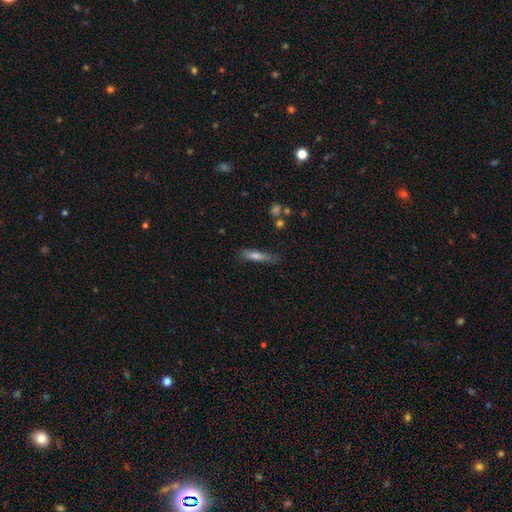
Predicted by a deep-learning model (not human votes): A smooth galaxy with no disk features (62%) that is cigar-shaped (82%). Merging: none (70%).